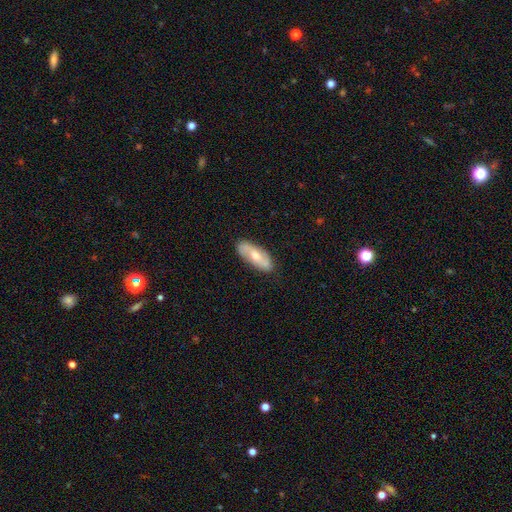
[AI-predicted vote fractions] Smooth or featured?
  - featured or disk: 53% *
  - smooth: 41%
  - star or artifact: 6%
Edge-on disk?
  - no: 83% *
  - yes: 17%
Merging?
  - none: 85% *
  - minor disturbance: 11%
  - major disturbance: 2%
  - merger: 1%